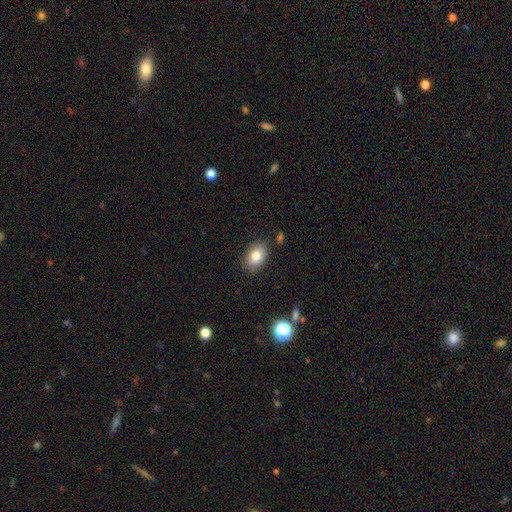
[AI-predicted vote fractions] This appears to be a smooth galaxy with no disk features (83%) that is in between round and cigar-shaped (82%). Merging: none (83%).